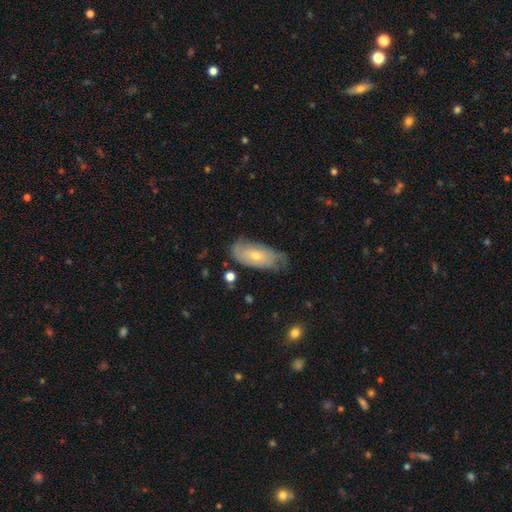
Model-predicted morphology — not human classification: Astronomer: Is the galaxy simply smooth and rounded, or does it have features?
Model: featured or disk — 52% (runner-up: smooth, 41%).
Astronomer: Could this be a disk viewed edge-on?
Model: no — 86%.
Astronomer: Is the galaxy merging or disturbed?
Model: none — 62%.